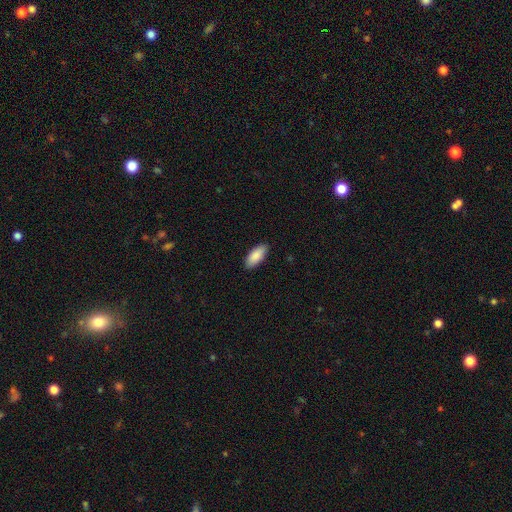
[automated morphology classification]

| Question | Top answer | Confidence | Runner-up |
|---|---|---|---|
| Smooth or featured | smooth | 88% | featured or disk (6%) |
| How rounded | in between | 85% | cigar-shaped (13%) |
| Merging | none | 89% | minor disturbance (8%) |